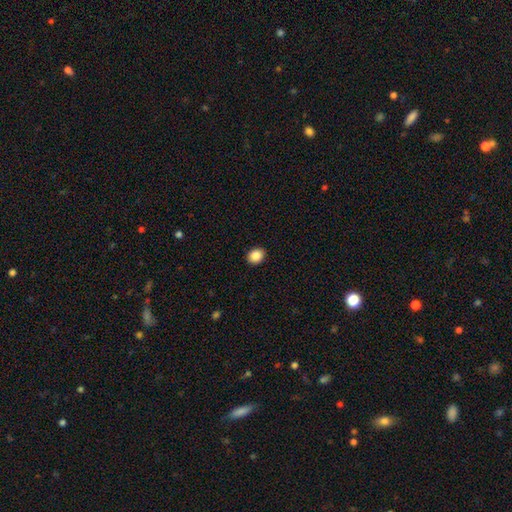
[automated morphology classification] The model was most divided on "how rounded": round: 57%, in between: 42%, cigar-shaped: 1%. More confident: merging — none (92%); smooth or featured — smooth (88%).